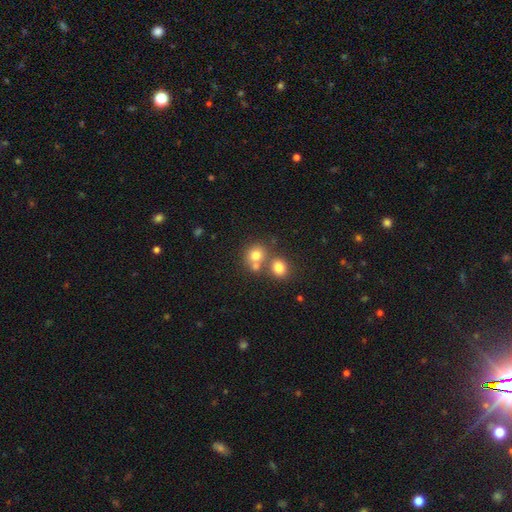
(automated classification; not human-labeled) This is likely a smooth galaxy (75%). How rounded: likely round (80%). Merging: possibly none (48%).